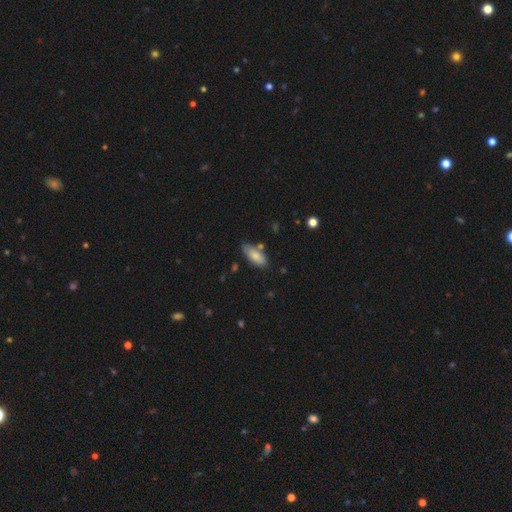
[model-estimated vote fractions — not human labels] smooth-or-featured: smooth: 80% | featured or disk: 14% | star or artifact: 6%
  how-rounded: in between: 82% | cigar-shaped: 16% | round: 2%
  merging: none: 70% | minor disturbance: 20% | merger: 6% | major disturbance: 4%